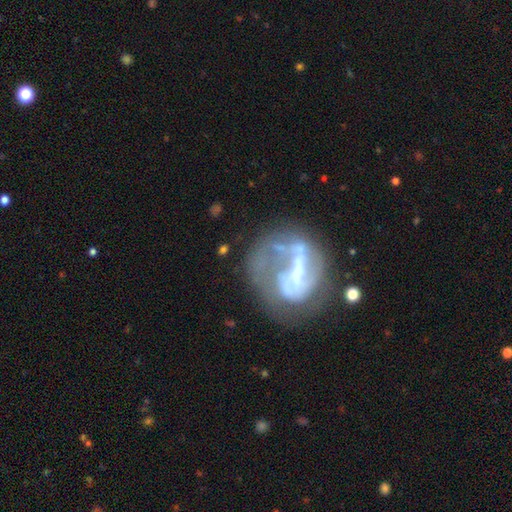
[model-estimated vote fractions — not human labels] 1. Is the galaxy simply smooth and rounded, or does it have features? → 72% featured or disk, 17% smooth, 11% star or artifact.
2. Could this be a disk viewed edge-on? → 97% no, 3% yes.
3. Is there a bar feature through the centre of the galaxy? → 39% strong, 32% no, 29% weak.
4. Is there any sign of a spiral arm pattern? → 54% yes, 46% no.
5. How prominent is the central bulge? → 49% none, 24% small, 19% moderate, 6% large, 2% dominant.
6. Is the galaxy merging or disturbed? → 36% major disturbance (tied), 36% none (tied), 18% minor disturbance, 9% merger.